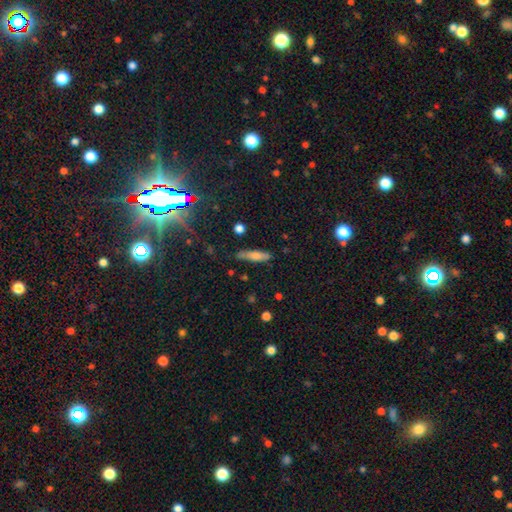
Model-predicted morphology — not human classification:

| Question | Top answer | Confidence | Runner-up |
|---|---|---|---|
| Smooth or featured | smooth | 72% | featured or disk (20%) |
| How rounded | cigar-shaped | 73% | in between (25%) |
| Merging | none | 80% | minor disturbance (15%) |